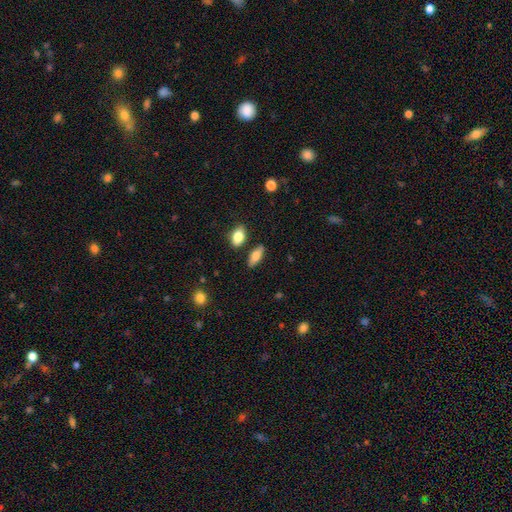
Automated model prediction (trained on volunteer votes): Smooth or featured: smooth — 76% (featured or disk — 17%)
How rounded: in between — 73% (cigar-shaped — 24%)
Merging: none — 81% (minor disturbance — 11%)